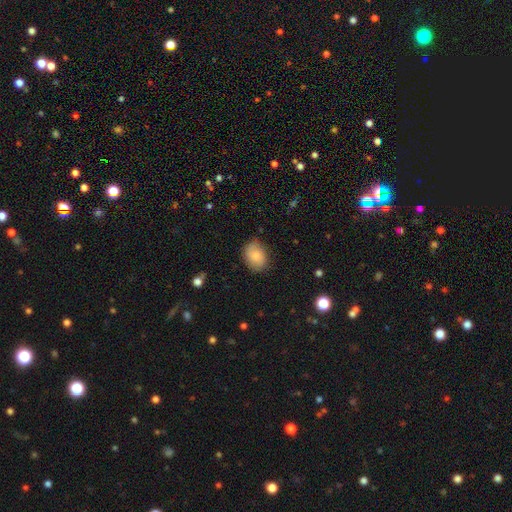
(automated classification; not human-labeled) smooth-or-featured: smooth: 81% | featured or disk: 11% | star or artifact: 7%
  how-rounded: in between: 72% | round: 27% | cigar-shaped: 1%
  merging: none: 76% | minor disturbance: 19% | major disturbance: 3% | merger: 1%